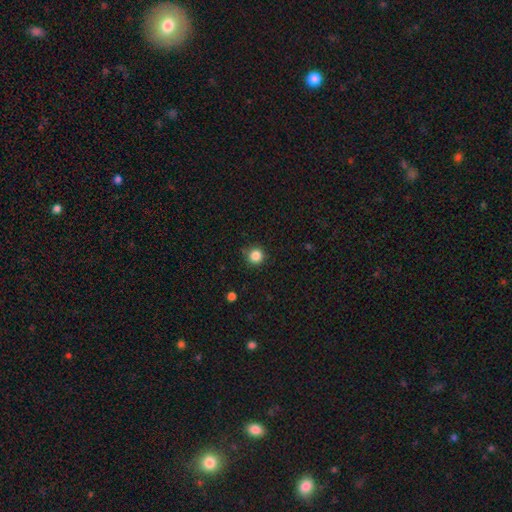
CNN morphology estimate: The model was most divided on "merging": none: 84%, minor disturbance: 12%, major disturbance: 3%, merger: 2%. More confident: how rounded — round (95%); smooth or featured — smooth (85%).